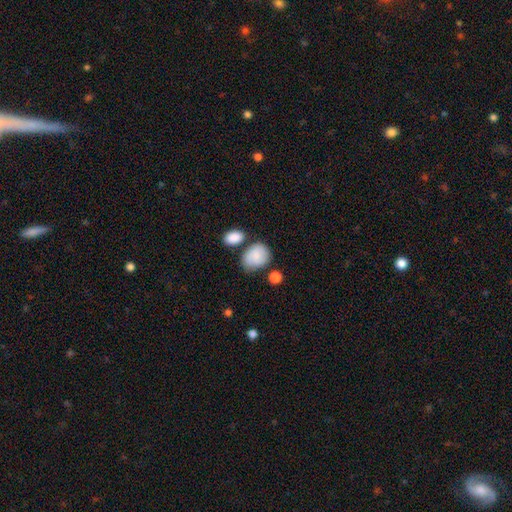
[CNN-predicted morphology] type=smooth (84%); roundness=in between (64%); merging=none (54%).